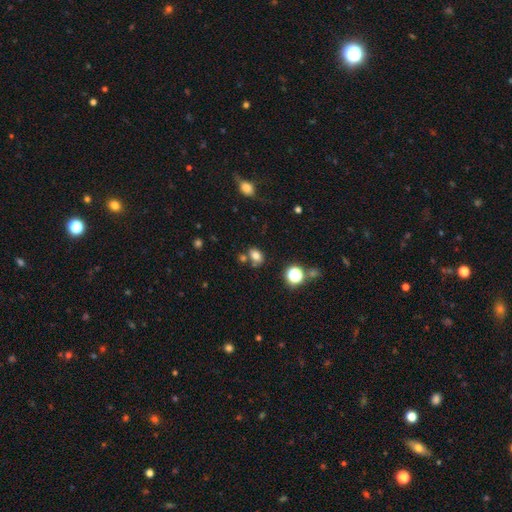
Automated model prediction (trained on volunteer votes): The model was most divided on "how rounded": in between: 72%, round: 27%, cigar-shaped: 1%. More confident: smooth or featured — smooth (75%); merging — none (64%).